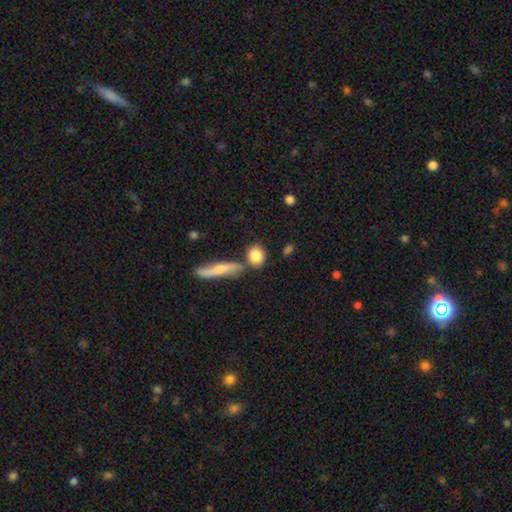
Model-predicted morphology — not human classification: Overall: smooth (83%). How rounded: round (52%; in between 42%). Merging: none (64%).